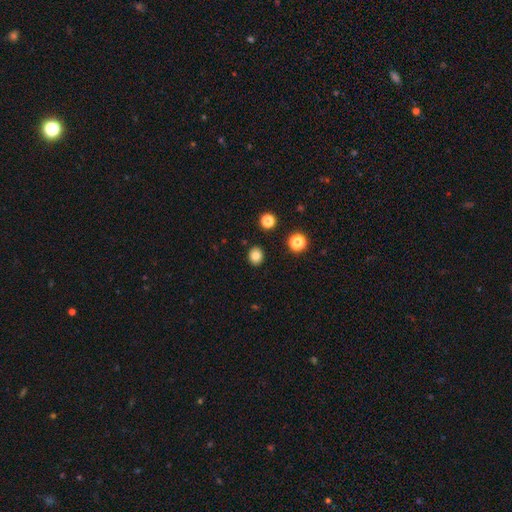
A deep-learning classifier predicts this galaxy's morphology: smooth 82%, star or artifact 12%, featured or disk 7%. Down the decision tree: how rounded — round (73%); merging — none (90%).